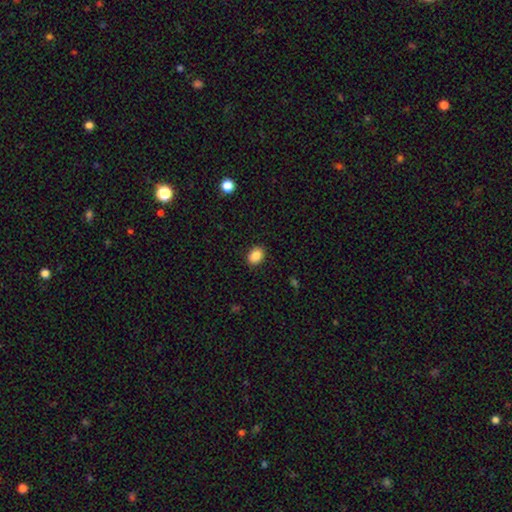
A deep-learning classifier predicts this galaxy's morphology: smooth_or_featured: smooth (p=0.87) [alt: star or artifact p=0.09]
how_rounded: in between (p=0.68) [alt: round p=0.31]
merging: none (p=0.90) [alt: minor disturbance p=0.07]